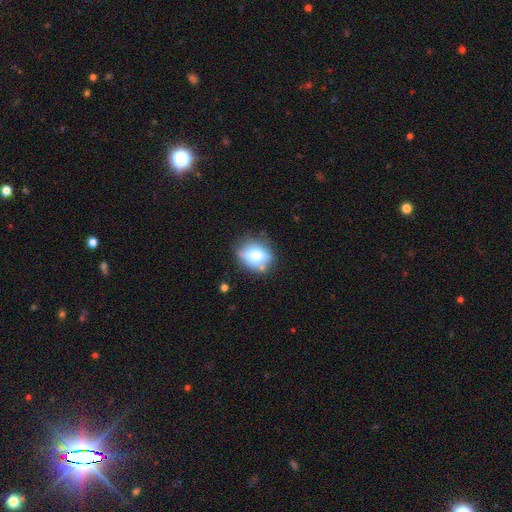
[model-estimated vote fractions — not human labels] smooth_or_featured: smooth (p=0.72) [alt: featured or disk p=0.18]
how_rounded: in between (p=0.52) [alt: round p=0.47]
merging: none (p=0.63) [alt: minor disturbance p=0.23]